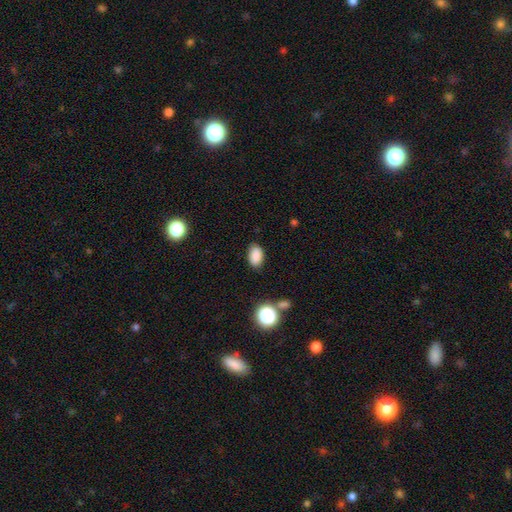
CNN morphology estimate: The model was most divided on "merging": none: 84%, minor disturbance: 11%, major disturbance: 3%, merger: 2%. More confident: how rounded — in between (89%); smooth or featured — smooth (86%).